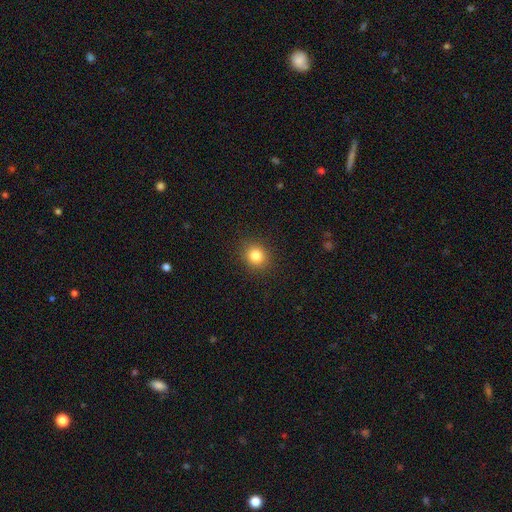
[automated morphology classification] Smooth or featured? Predicted: smooth (p=0.83). How rounded? Predicted: round (p=0.81). Merging? Predicted: none (p=0.90).